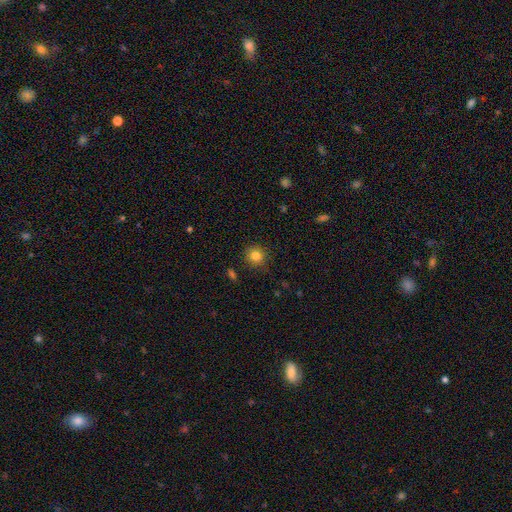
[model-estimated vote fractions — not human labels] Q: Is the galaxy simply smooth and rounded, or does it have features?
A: smooth — 83%.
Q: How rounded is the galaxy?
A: round — 87%.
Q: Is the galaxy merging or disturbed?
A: none — 86%.